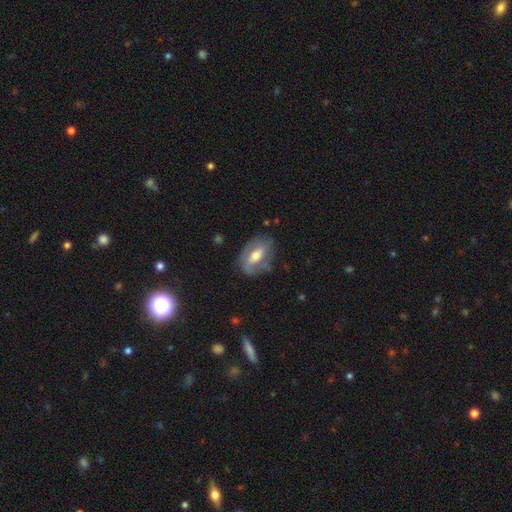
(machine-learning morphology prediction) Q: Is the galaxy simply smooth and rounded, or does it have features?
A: featured or disk — 54%.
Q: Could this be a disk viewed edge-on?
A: no — 89%.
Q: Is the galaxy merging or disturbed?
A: none — 67%.